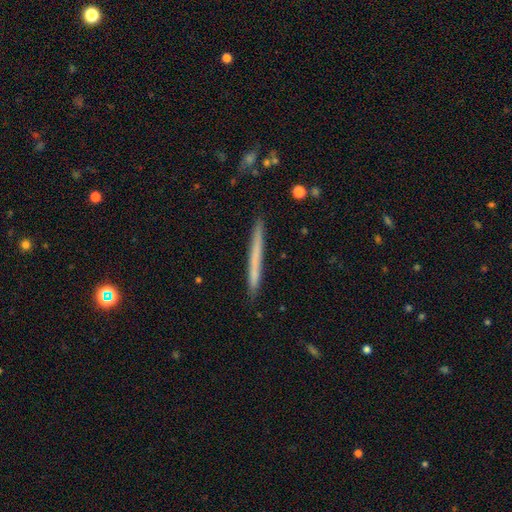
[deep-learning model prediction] Q: Smooth or featured?
A: smooth (58%); runner-up: featured or disk (36%)
Q: How rounded?
A: cigar-shaped (97%); runner-up: in between (1%)
Q: Merging?
A: none (90%); runner-up: minor disturbance (8%)